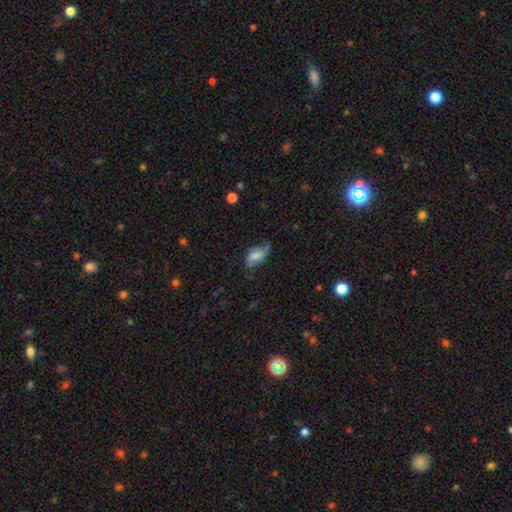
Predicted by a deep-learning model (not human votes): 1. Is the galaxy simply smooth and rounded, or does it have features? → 53% smooth, 38% featured or disk, 9% star or artifact.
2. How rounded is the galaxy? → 88% in between, 7% cigar-shaped, 5% round.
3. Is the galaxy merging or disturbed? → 50% none, 33% minor disturbance, 15% major disturbance, 2% merger.